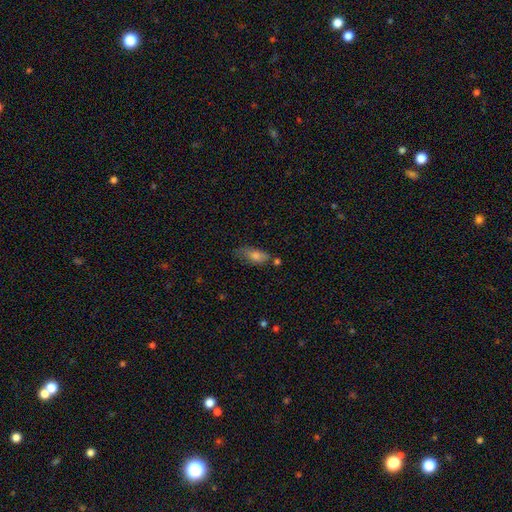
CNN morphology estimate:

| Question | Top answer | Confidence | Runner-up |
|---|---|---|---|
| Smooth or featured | smooth | 70% | featured or disk (19%) |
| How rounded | in between | 75% | cigar-shaped (20%) |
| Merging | none | 54% | minor disturbance (28%) |